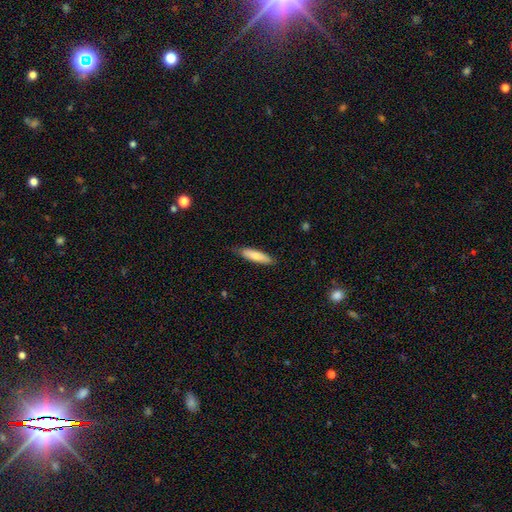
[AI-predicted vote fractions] Overall: smooth (77%). How rounded: cigar-shaped (71%). Merging: none (80%).